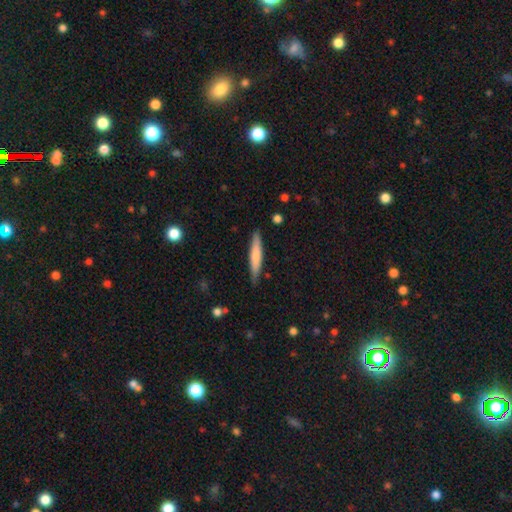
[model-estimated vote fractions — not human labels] This is likely a smooth galaxy (68%). How rounded: clearly cigar-shaped (91%). Merging: clearly none (85%).